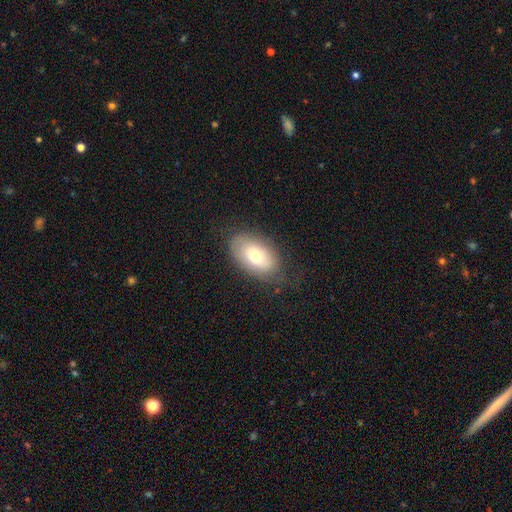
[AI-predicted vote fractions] A smooth galaxy with no disk features (67%) that is in between round and cigar-shaped (91%). Merging: none (72%).